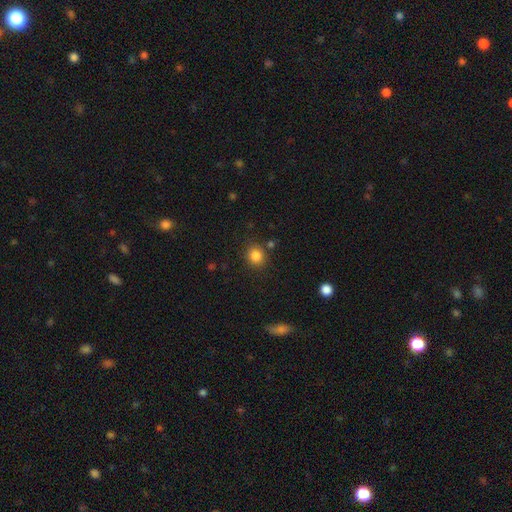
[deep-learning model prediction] Q: Smooth or featured?
A: smooth (85%); runner-up: star or artifact (11%)
Q: How rounded?
A: round (81%); runner-up: in between (18%)
Q: Merging?
A: none (83%); runner-up: minor disturbance (9%)